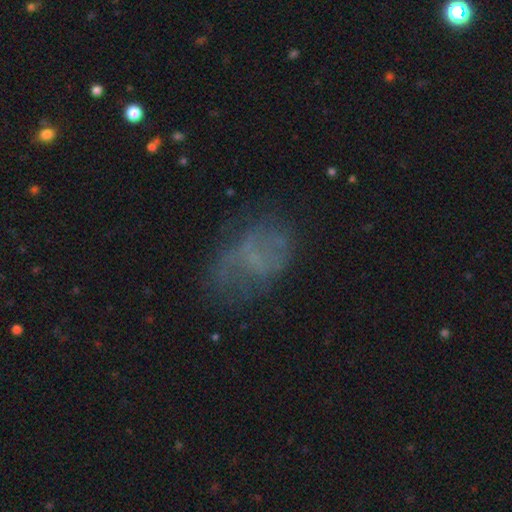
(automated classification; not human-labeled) Smooth or featured?
  - featured or disk: 40% *
  - smooth: 39%
  - star or artifact: 20%
Merging?
  - none: 57% *
  - minor disturbance: 22%
  - major disturbance: 18%
  - merger: 2%